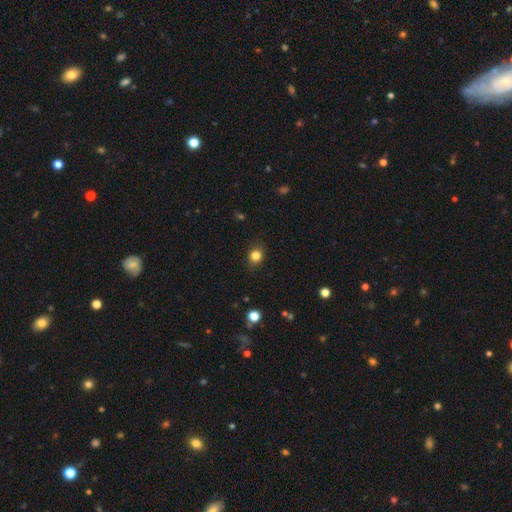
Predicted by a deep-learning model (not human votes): smooth-or-featured: smooth: 83% | star or artifact: 12% | featured or disk: 5%
  how-rounded: round: 72% | in between: 27% | cigar-shaped: 1%
  merging: none: 86% | minor disturbance: 11% | major disturbance: 3% | merger: 1%